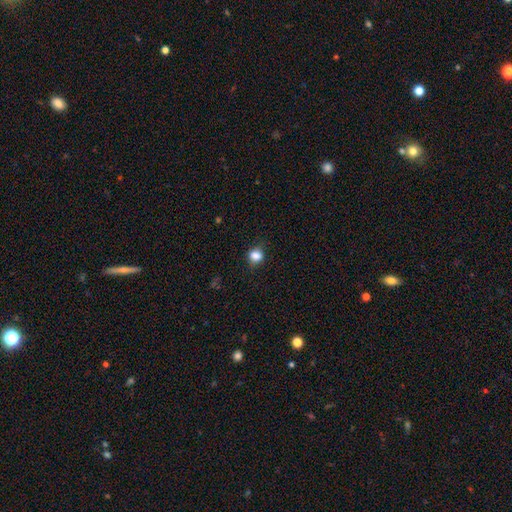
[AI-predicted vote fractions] Overall: smooth (84%). How rounded: round (62%; in between 36%). Merging: none (78%).